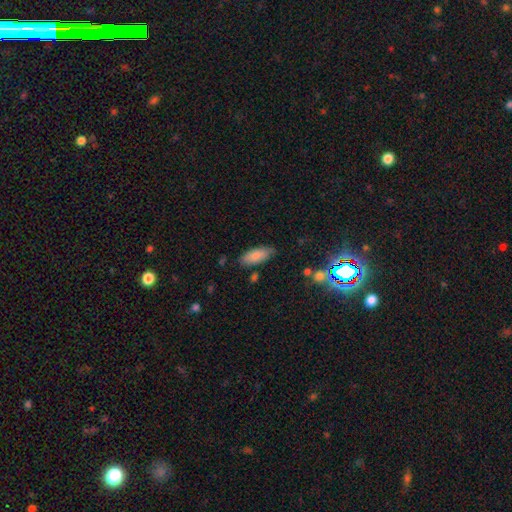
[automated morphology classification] A smooth galaxy with no disk features (85%) that is in between round and cigar-shaped (78%).

Vote fractions:
- Smooth or featured? smooth: 85% / featured or disk: 9% / star or artifact: 7%
- How rounded? in between: 78% / cigar-shaped: 21% / round: 2%
- Merging? none: 80% / minor disturbance: 14% / major disturbance: 3% / merger: 3%